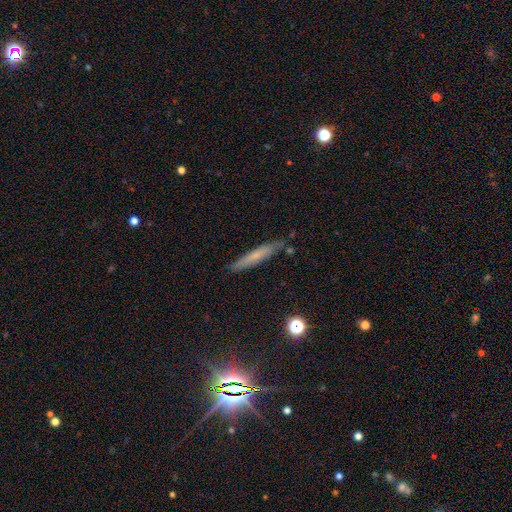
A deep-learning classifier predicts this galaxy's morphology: smooth_or_featured: smooth (p=0.58) [alt: featured or disk p=0.32]
how_rounded: cigar-shaped (p=0.92) [alt: in between p=0.06]
merging: none (p=0.83) [alt: minor disturbance p=0.13]